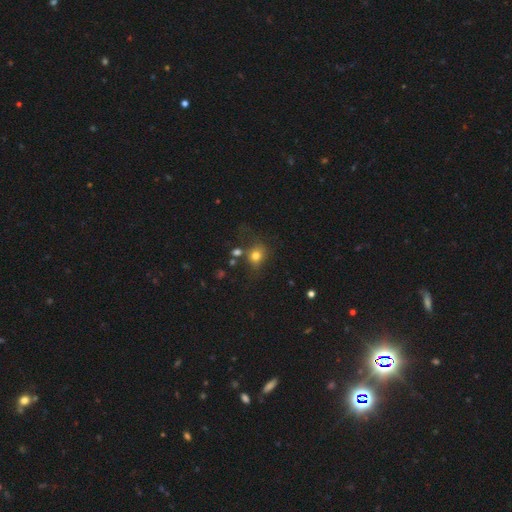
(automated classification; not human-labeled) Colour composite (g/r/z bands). It shows a smooth galaxy with no disk features (75%) that is round (71%). Merging: none (60%).